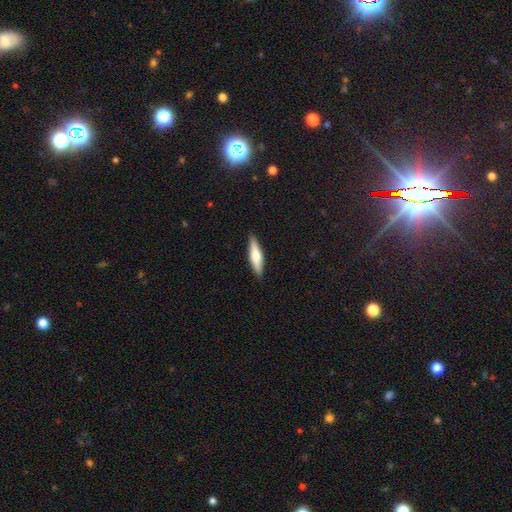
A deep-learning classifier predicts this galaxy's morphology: Q: Smooth or featured?
A: smooth (60%); runner-up: featured or disk (35%)
Q: How rounded?
A: cigar-shaped (72%); runner-up: in between (27%)
Q: Merging?
A: none (90%); runner-up: minor disturbance (8%)